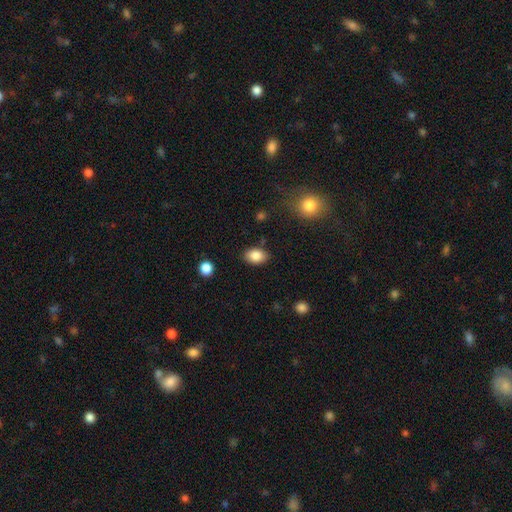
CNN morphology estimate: Smooth or featured? smooth (86%)
How rounded? in between (84%)
Merging? none (85%)